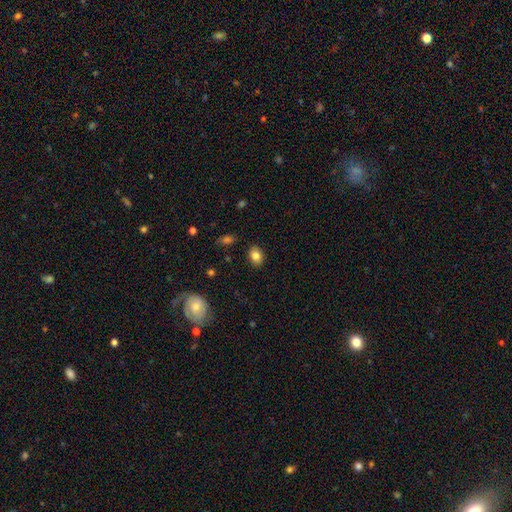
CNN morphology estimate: Smooth or featured?
  - smooth: 83% *
  - star or artifact: 10%
  - featured or disk: 8%
How rounded?
  - in between: 65% *
  - round: 34%
  - cigar-shaped: 1%
Merging?
  - none: 87% *
  - minor disturbance: 9%
  - major disturbance: 2%
  - merger: 1%